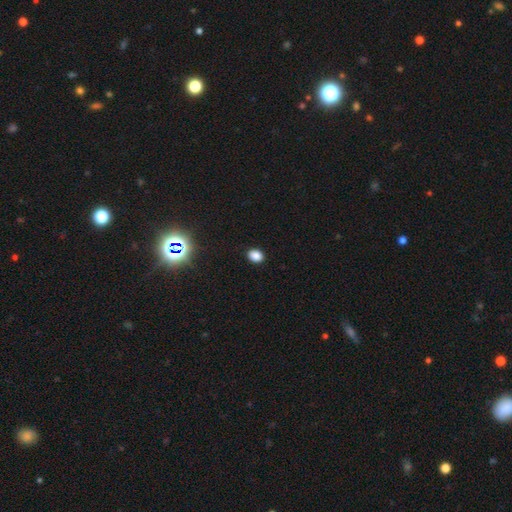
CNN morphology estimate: A smooth galaxy with no disk features (84%) that is in between round and cigar-shaped (58%). Merging: none (90%).